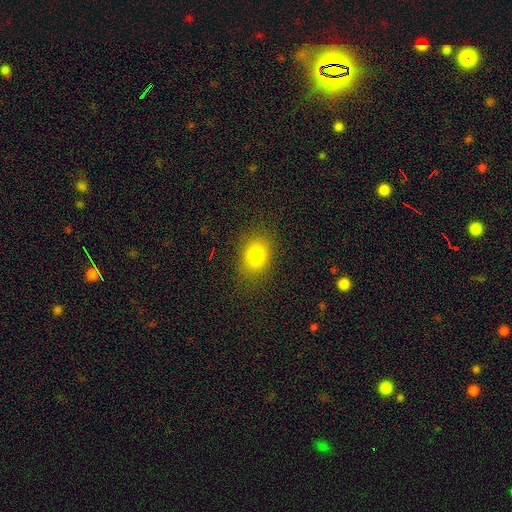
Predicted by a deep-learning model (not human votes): This appears to be a smooth galaxy with no disk features (80%) that is in between round and cigar-shaped (66%). Merging: none (84%).